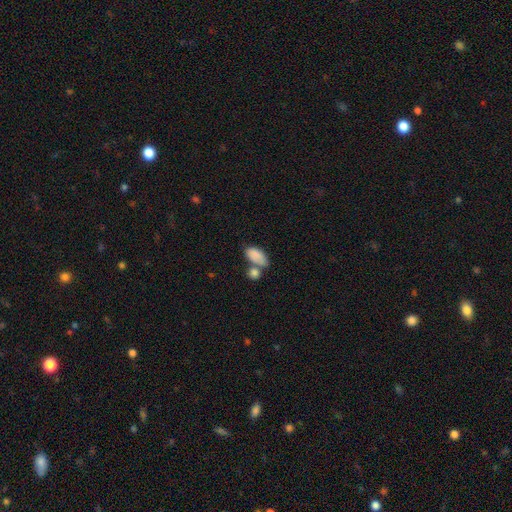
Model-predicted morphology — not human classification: smooth 84%, featured or disk 9%, star or artifact 7%. Down the decision tree: how rounded — in between (92%); merging — none (40%).